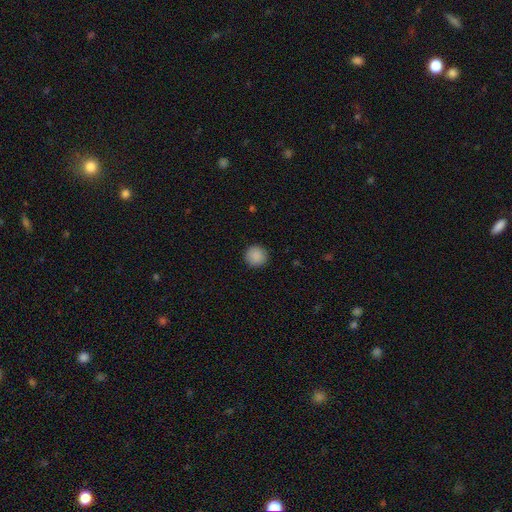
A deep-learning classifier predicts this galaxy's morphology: smooth_or_featured: smooth (p=0.89) [alt: star or artifact p=0.08]
how_rounded: round (p=0.95) [alt: in between p=0.04]
merging: none (p=0.92) [alt: minor disturbance p=0.06]